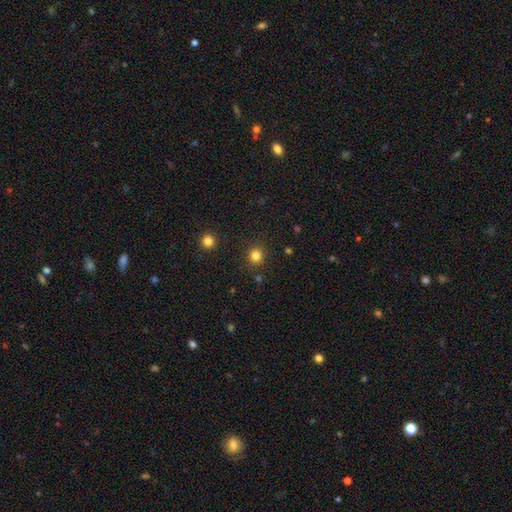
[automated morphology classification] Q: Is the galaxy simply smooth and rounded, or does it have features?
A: smooth — 82%.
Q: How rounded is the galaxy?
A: round — 91%.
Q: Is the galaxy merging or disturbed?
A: none — 90%.